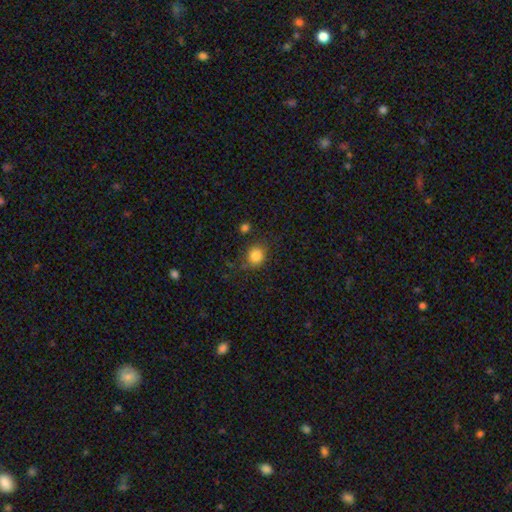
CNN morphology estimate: This is clearly a smooth galaxy (84%). How rounded: likely round (79%). Merging: likely none (78%).